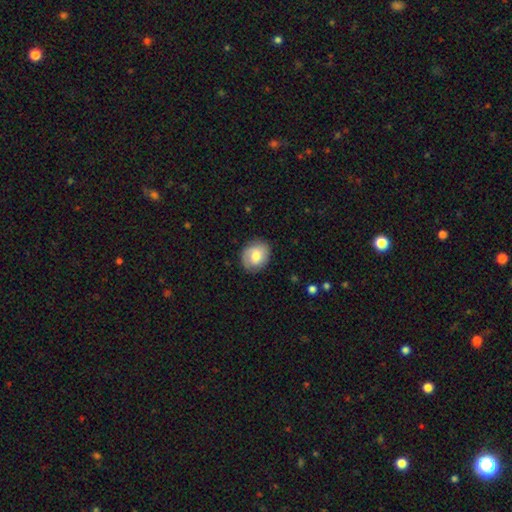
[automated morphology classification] type=smooth (68%); roundness=round (58%); merging=none (81%).